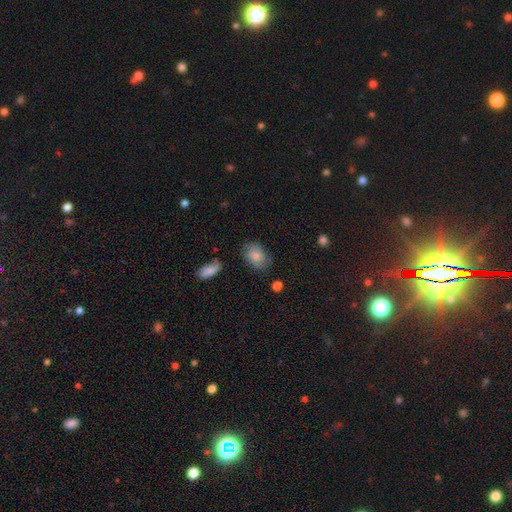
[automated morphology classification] This appears to be a smooth galaxy with no disk features (80%) that is in between round and cigar-shaped (75%). Merging: none (67%).